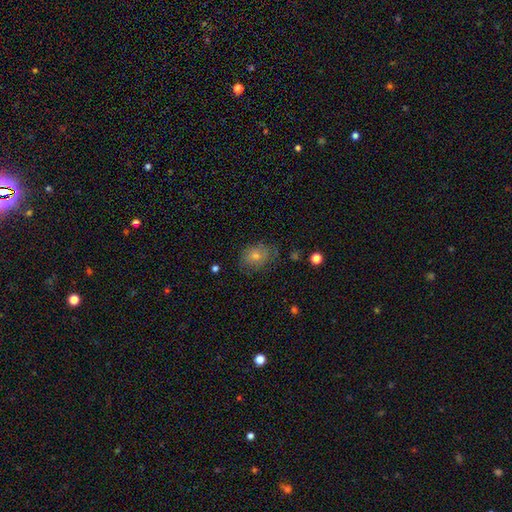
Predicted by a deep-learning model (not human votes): This is possibly a smooth galaxy (54%). How rounded: possibly in between (55%). Merging: likely none (73%).